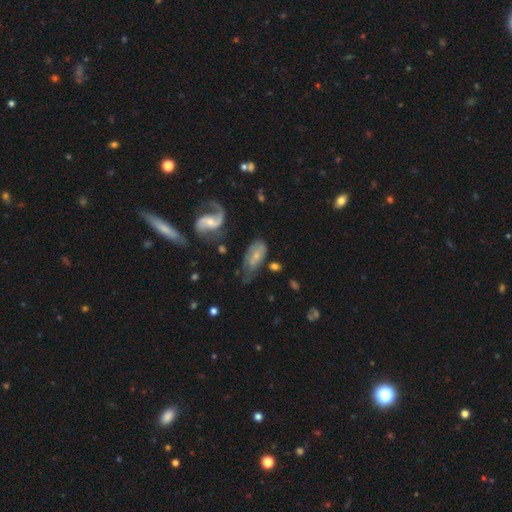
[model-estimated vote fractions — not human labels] Smooth or featured: featured or disk — 53% (smooth — 39%)
Edge-on disk: no — 91% (yes — 9%)
Merging: none — 37% (minor disturbance — 29%)